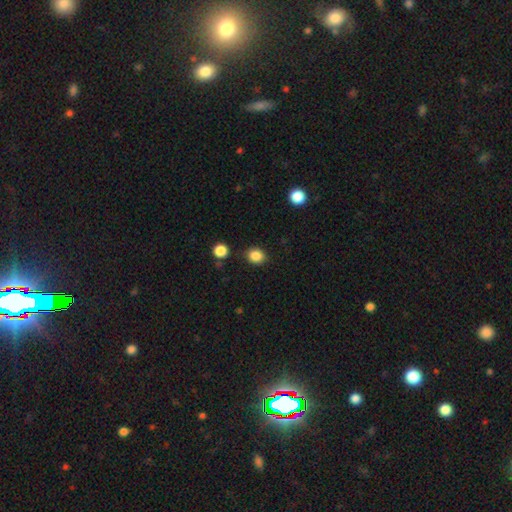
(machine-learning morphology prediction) type=smooth (86%); roundness=round (61%); merging=none (87%).